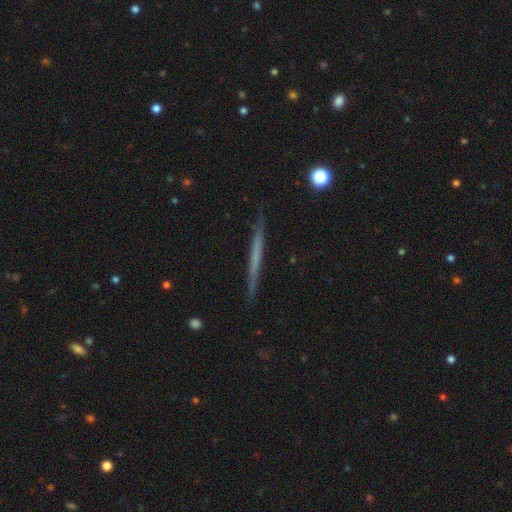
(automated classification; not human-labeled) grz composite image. It shows a featured or disk galaxy (49%). Merging: none (90%).